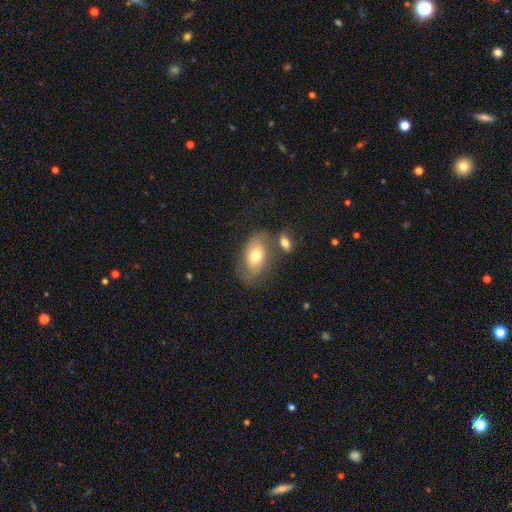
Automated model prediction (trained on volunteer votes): A smooth galaxy with no disk features (71%) that is in between round and cigar-shaped (89%). Merging: none (57%).